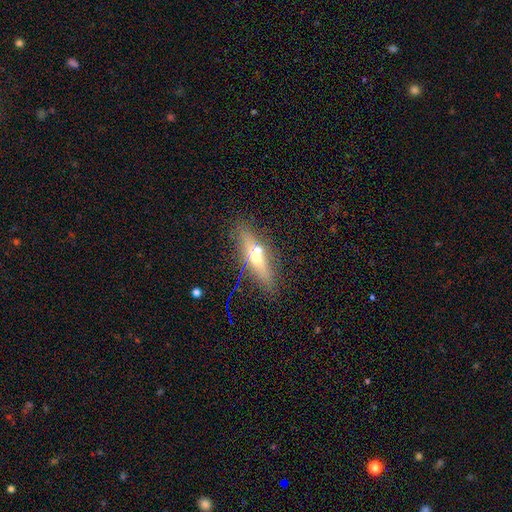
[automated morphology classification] Q: Smooth or featured?
A: featured or disk (51%); runner-up: smooth (39%)
Q: Edge-on disk?
A: yes (82%); runner-up: no (18%)
Q: Merging?
A: none (76%); runner-up: minor disturbance (12%)